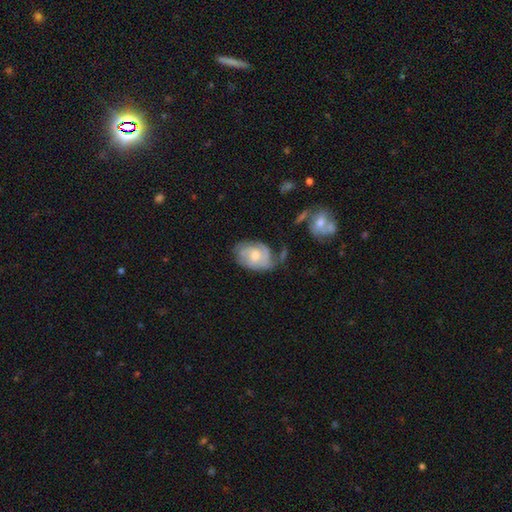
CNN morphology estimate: Overall: featured or disk (65%; smooth 29%). Edge-on disk: no (97%). Bar: no (66%; weak 30%). Spiral arms: yes (86%). Spiral arm count: can't tell (34%; 2 28%). Spiral winding: tight (48%; medium 38%). Bulge size: moderate (56%; small 36%). Merging: none (52%; minor disturbance 29%).